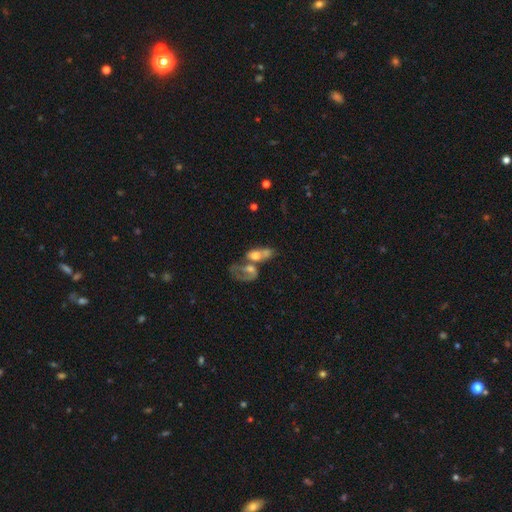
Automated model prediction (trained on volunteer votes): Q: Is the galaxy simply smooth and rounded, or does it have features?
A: smooth — 45%.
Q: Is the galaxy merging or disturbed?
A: merger — 74%.